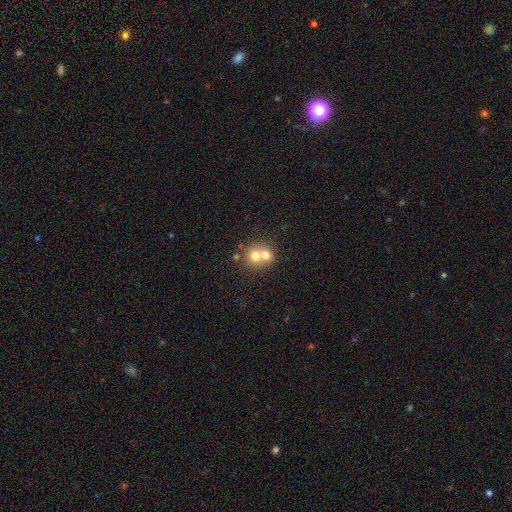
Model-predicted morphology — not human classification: Q: Smooth or featured?
A: smooth (67%); runner-up: featured or disk (21%)
Q: How rounded?
A: round (80%); runner-up: in between (19%)
Q: Merging?
A: merger (64%); runner-up: none (30%)